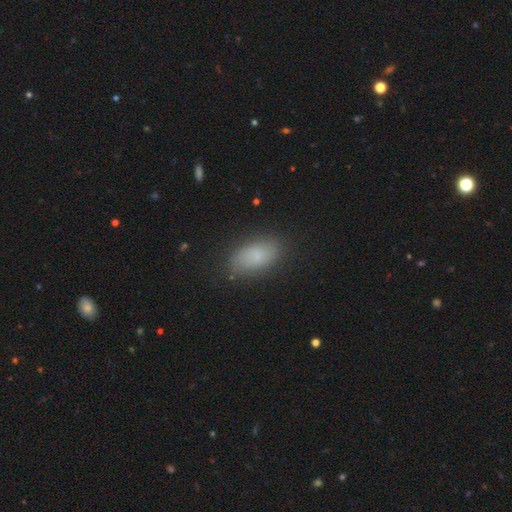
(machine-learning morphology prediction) Overall: smooth (80%). How rounded: in between (92%). Merging: none (83%).